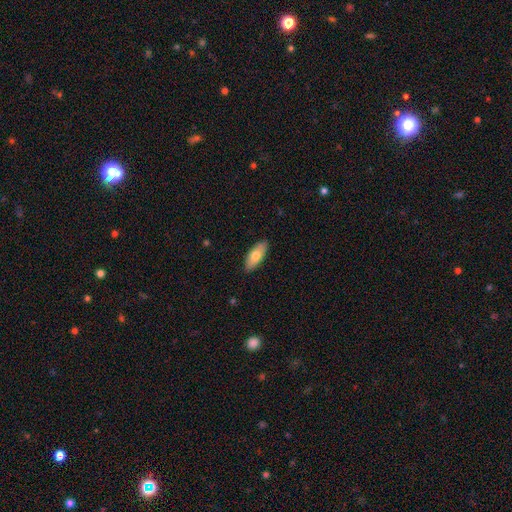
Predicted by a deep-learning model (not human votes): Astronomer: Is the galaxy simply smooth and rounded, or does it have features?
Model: smooth — 72%.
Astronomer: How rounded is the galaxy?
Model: in between — 80%.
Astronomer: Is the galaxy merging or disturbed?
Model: none — 89%.